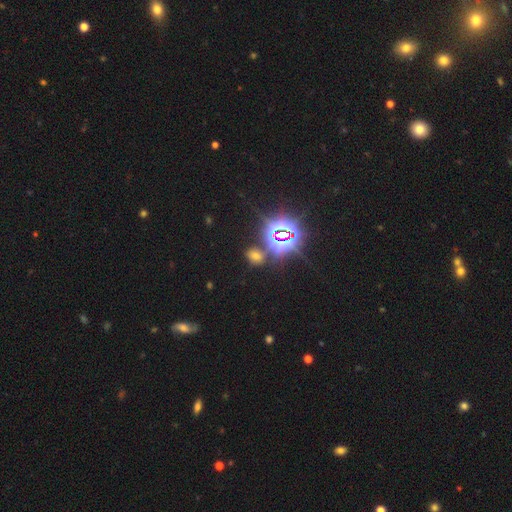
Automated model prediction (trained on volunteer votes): A star or artifact, not a galaxy (55%).

Vote fractions:
- Smooth or featured? star or artifact: 55% / smooth: 36% / featured or disk: 10%